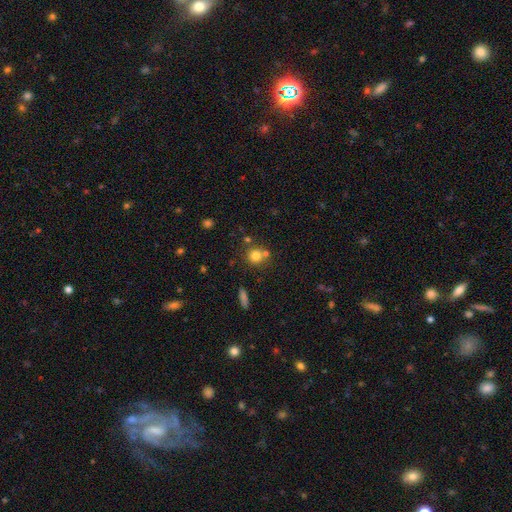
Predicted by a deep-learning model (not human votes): Smooth or featured: smooth — 77% (star or artifact — 14%)
How rounded: round — 90% (in between — 9%)
Merging: none — 63% (merger — 25%)